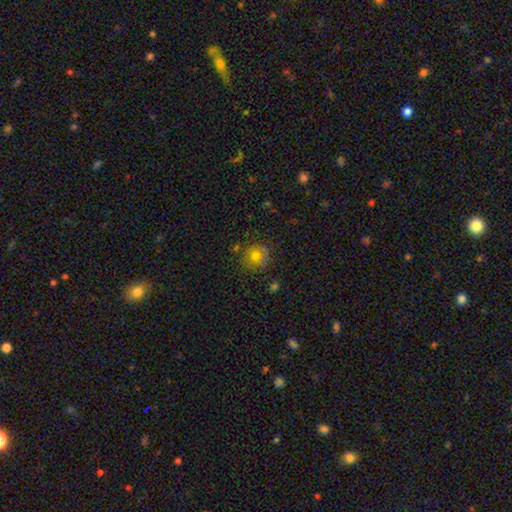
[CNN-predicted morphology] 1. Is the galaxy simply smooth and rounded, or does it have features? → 75% smooth, 13% star or artifact, 12% featured or disk.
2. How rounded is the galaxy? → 86% round, 13% in between, 1% cigar-shaped.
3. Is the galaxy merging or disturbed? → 69% none, 18% minor disturbance, 7% merger, 6% major disturbance.